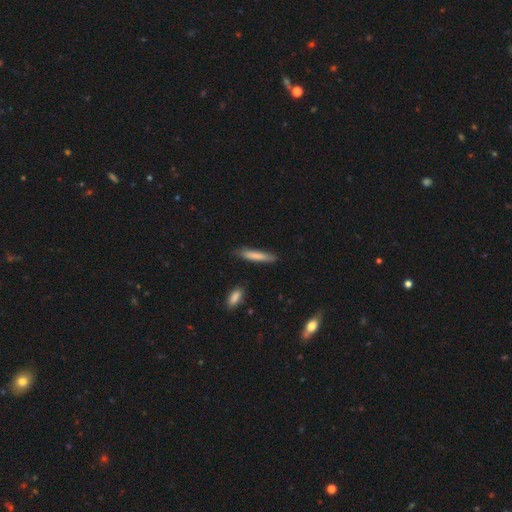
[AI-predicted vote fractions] This is likely a smooth galaxy (79%). How rounded: clearly cigar-shaped (90%). Merging: clearly none (83%).